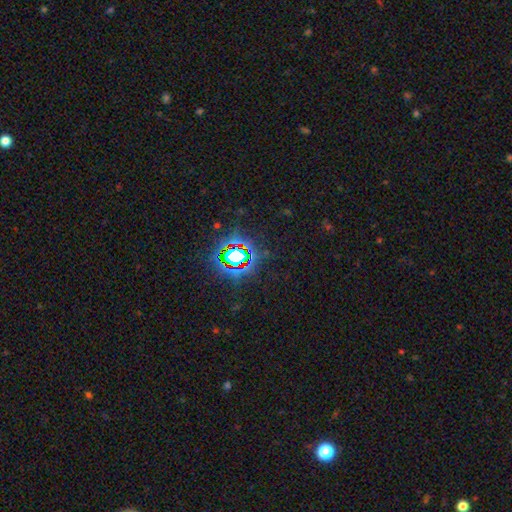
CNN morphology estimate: This appears to be a star or artifact, not a galaxy (82%).